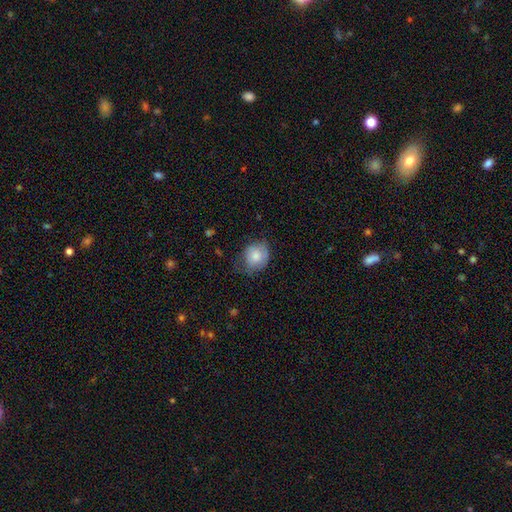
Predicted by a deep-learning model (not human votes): Overall: smooth (76%). How rounded: round (61%; in between 38%). Merging: none (52%; minor disturbance 33%).